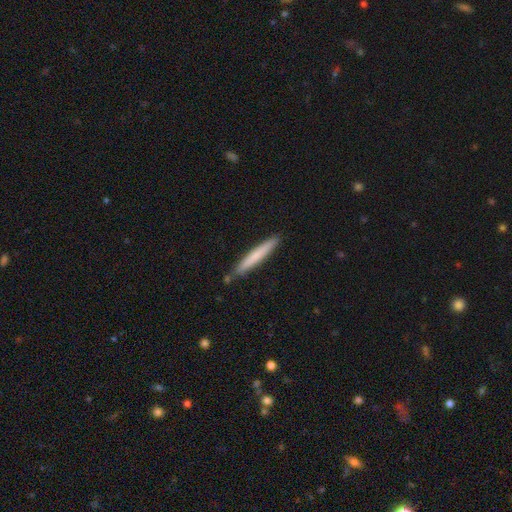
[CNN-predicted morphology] This appears to be a smooth galaxy with no disk features (68%) that is cigar-shaped (96%). Merging: none (86%).